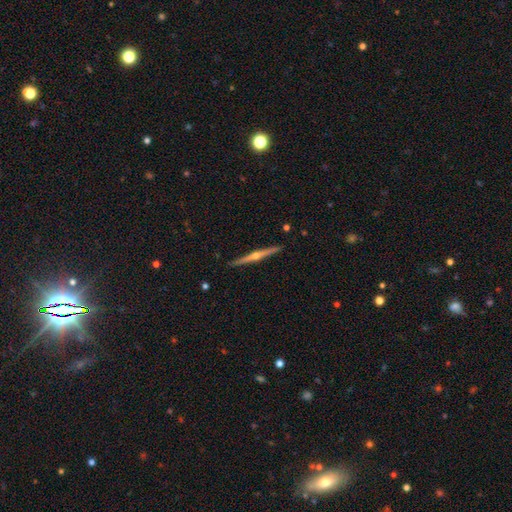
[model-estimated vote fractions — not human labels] Q: Smooth or featured?
A: featured or disk (82%); runner-up: smooth (13%)
Q: Edge-on disk?
A: yes (99%); runner-up: no (1%)
Q: Edge-on bulge?
A: rounded (92%); runner-up: none (6%)
Q: Merging?
A: none (92%); runner-up: minor disturbance (6%)